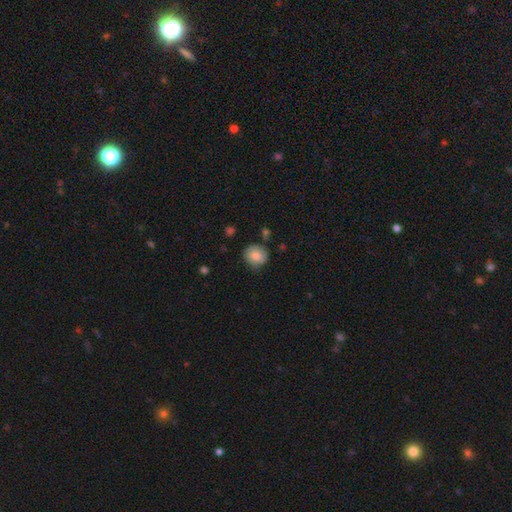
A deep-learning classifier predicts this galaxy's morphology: Overall: smooth (79%). How rounded: round (85%). Merging: none (74%).